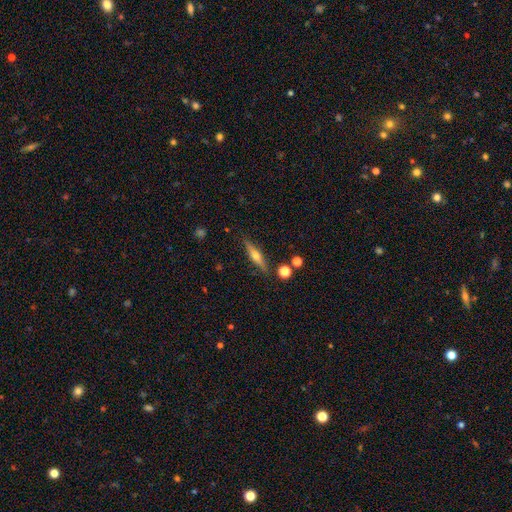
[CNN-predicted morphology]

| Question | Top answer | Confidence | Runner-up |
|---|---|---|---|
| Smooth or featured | featured or disk | 60% | smooth (32%) |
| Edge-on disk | yes | 95% | no (5%) |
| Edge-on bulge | rounded | 91% | none (5%) |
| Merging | none | 86% | minor disturbance (9%) |